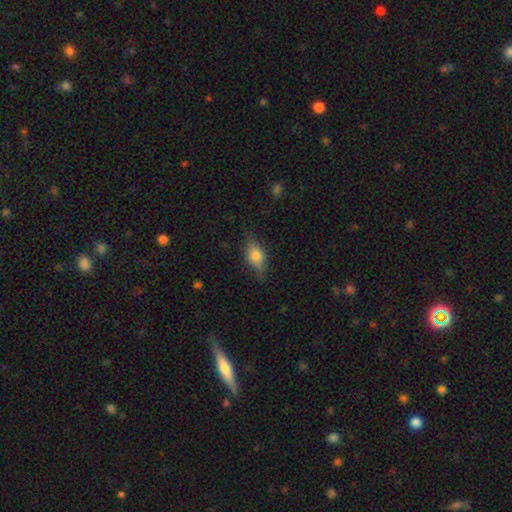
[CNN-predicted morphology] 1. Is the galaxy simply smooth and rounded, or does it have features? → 66% smooth, 25% featured or disk, 9% star or artifact.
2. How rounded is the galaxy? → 79% in between, 12% cigar-shaped, 9% round.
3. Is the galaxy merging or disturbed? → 73% none, 21% minor disturbance, 5% major disturbance, 1% merger.